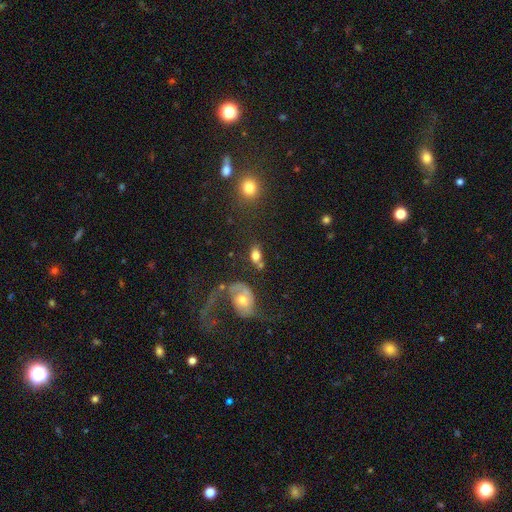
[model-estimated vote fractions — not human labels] This appears to be a smooth galaxy with no disk features (71%) that is in between round and cigar-shaped (82%). Merging: none (48%).